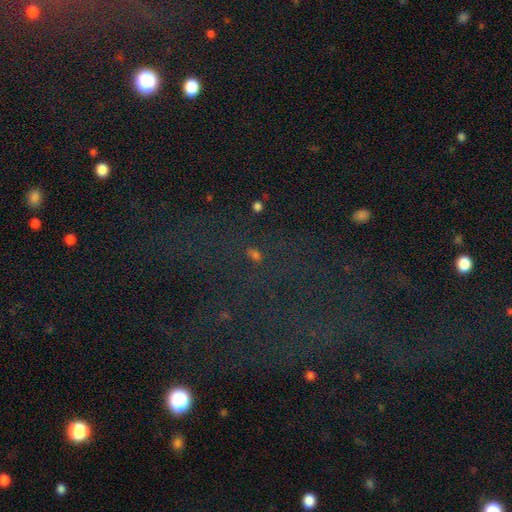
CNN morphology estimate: Smooth or featured? star or artifact (66%)